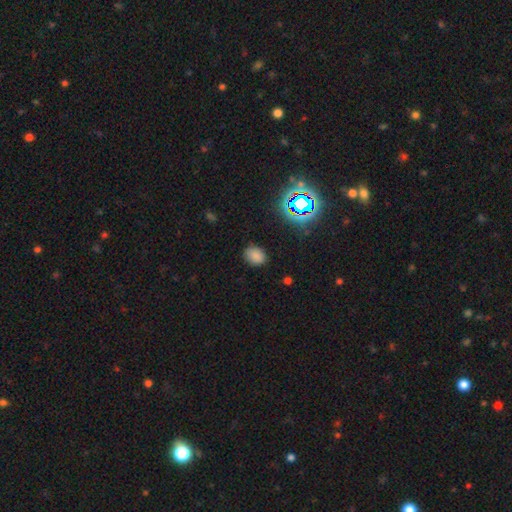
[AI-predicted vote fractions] Smooth or featured?
  - smooth: 77% *
  - star or artifact: 18%
  - featured or disk: 6%
How rounded?
  - in between: 62% *
  - round: 37%
  - cigar-shaped: 1%
Merging?
  - none: 82% *
  - minor disturbance: 13%
  - major disturbance: 3%
  - merger: 1%